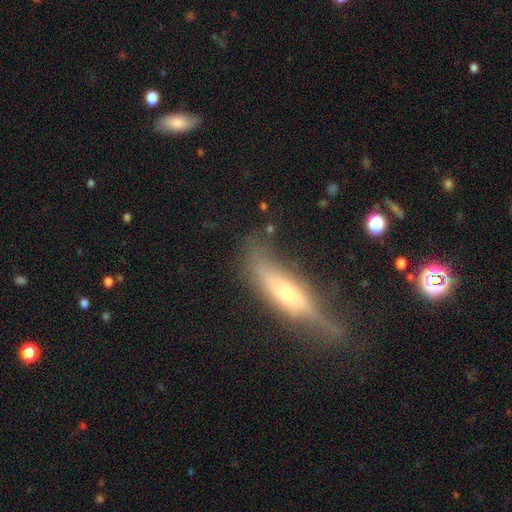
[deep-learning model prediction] This is possibly a featured or disk galaxy (57%). It is likely viewed edge-on (79%). Merging: possibly none (52%).